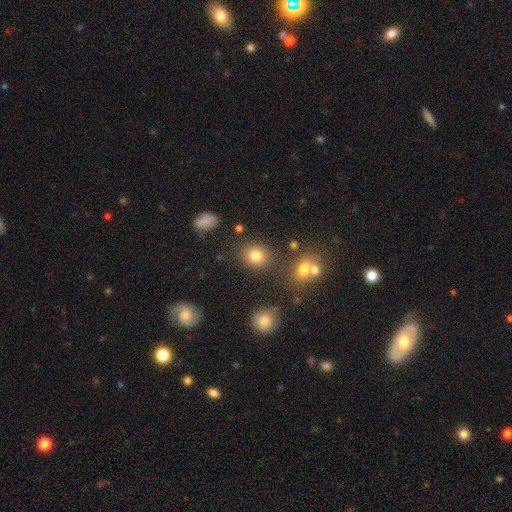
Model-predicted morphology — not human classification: Smooth or featured? smooth (80%)
How rounded? round (72%)
Merging? none (78%)